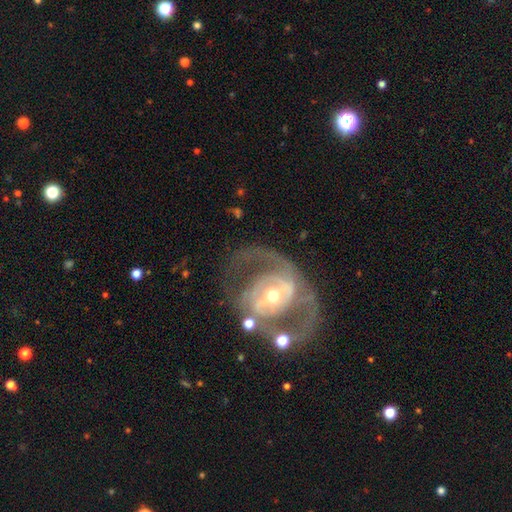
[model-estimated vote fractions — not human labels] The model was most divided on "bulge size": small: 51%, moderate: 43%, large: 4%, none: 1%, dominant: 1%. Remaining: edge-on disk — no (96%); smooth or featured — featured or disk (84%); spiral arms — yes (80%); spiral arm count — 2 (66%); merging — none (46%); spiral winding — medium (45%); bar — no (44%).